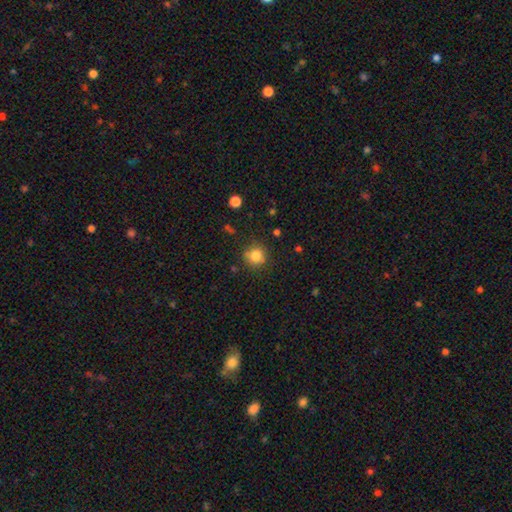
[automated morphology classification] Q: Smooth or featured?
A: smooth (82%); runner-up: star or artifact (12%)
Q: How rounded?
A: round (91%); runner-up: in between (8%)
Q: Merging?
A: none (81%); runner-up: minor disturbance (12%)